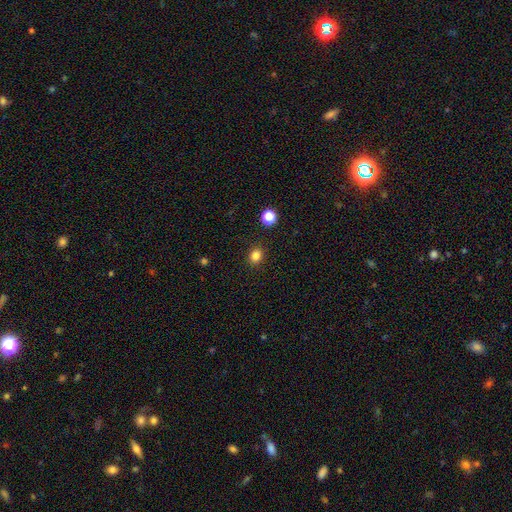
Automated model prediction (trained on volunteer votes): Smooth or featured? Predicted: smooth (p=0.83). How rounded? Predicted: round (p=0.67). Merging? Predicted: none (p=0.89).